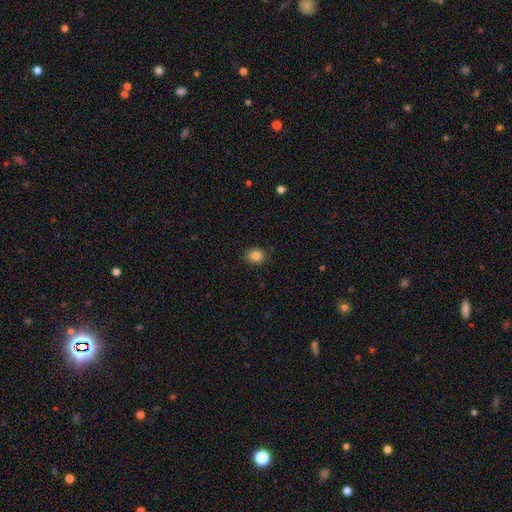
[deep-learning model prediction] smooth_or_featured: smooth (p=0.85) [alt: star or artifact p=0.10]
how_rounded: round (p=0.56) [alt: in between p=0.43]
merging: none (p=0.87) [alt: minor disturbance p=0.10]